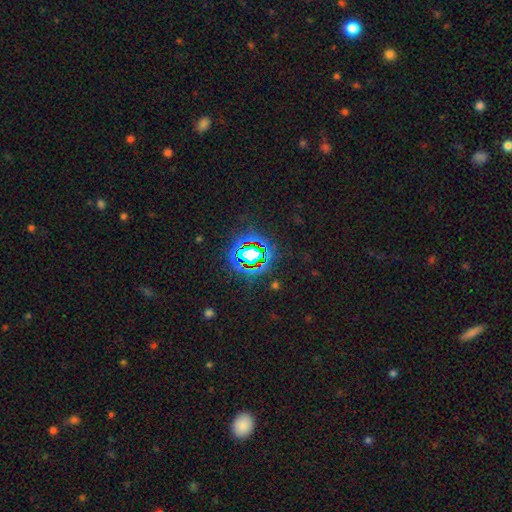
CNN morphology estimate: Q: Smooth or featured?
A: star or artifact (72%); runner-up: smooth (16%)